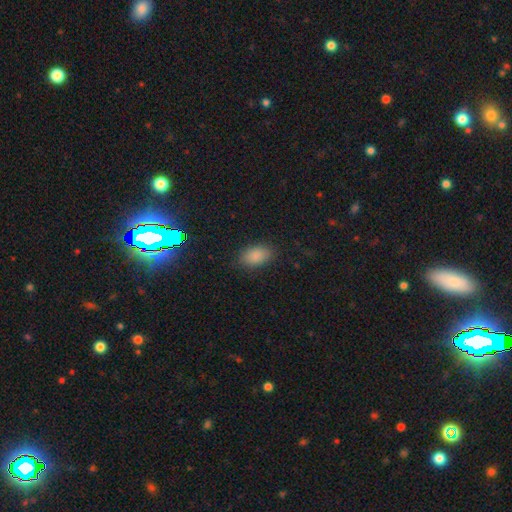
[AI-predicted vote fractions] Overall: smooth (88%). How rounded: in between (92%). Merging: none (85%).